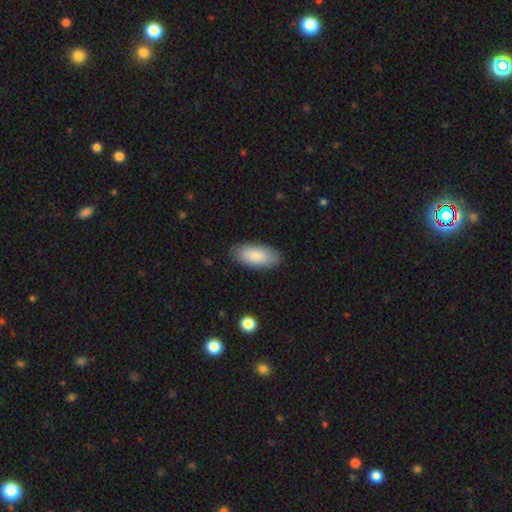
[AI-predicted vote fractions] smooth 83%, featured or disk 11%, star or artifact 6%. Down the decision tree: how rounded — in between (92%); merging — none (85%).